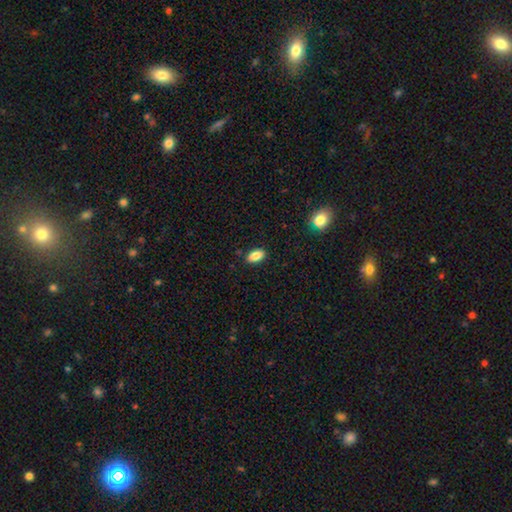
Smooth or featured?
  - smooth: 83% *
  - featured or disk: 14%
  - star or artifact: 3%
How rounded?
  - in between: 97% *
  - round: 3%
  - cigar-shaped: 0%
Merging?
  - none: 91% *
  - minor disturbance: 9%
  - major disturbance: 0%
  - merger: 0%